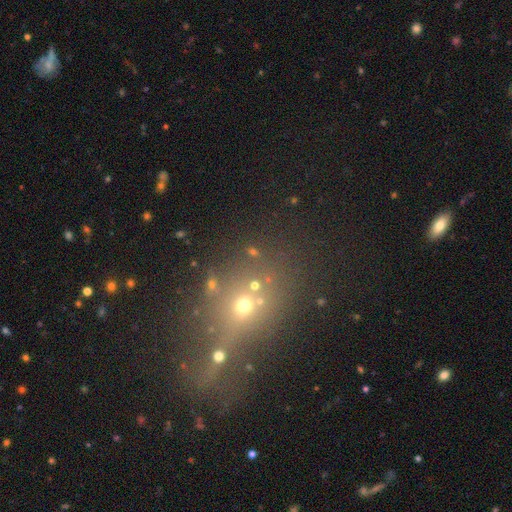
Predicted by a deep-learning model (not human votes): Morphology: type=star or artifact (45%).